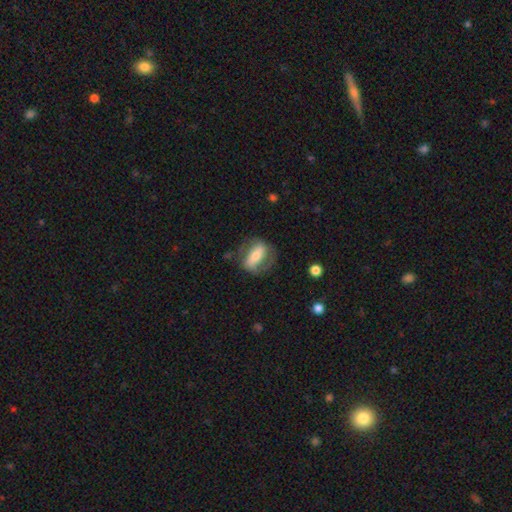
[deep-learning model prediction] smooth_or_featured: featured or disk (p=0.50) [alt: smooth p=0.44]
merging: none (p=0.62) [alt: minor disturbance p=0.21]